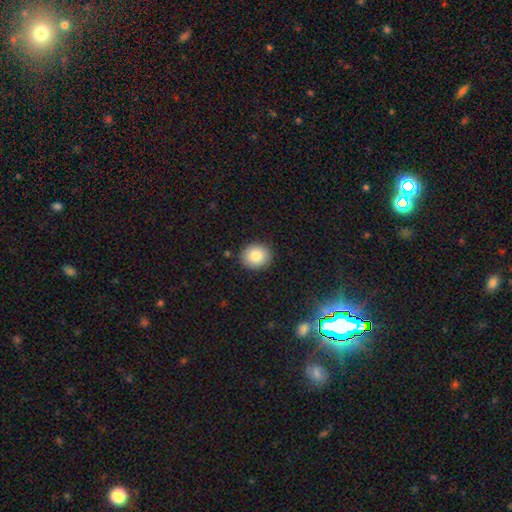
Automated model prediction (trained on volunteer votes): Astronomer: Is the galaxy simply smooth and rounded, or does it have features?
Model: smooth — 84%.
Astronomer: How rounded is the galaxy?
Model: round — 76%.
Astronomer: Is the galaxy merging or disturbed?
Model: none — 89%.